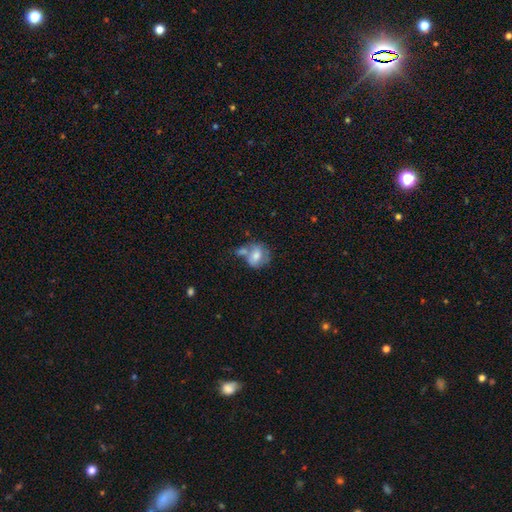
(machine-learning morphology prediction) A smooth galaxy with no disk features (61%) that is in between round and cigar-shaped (51%). Merging: merger (40%).